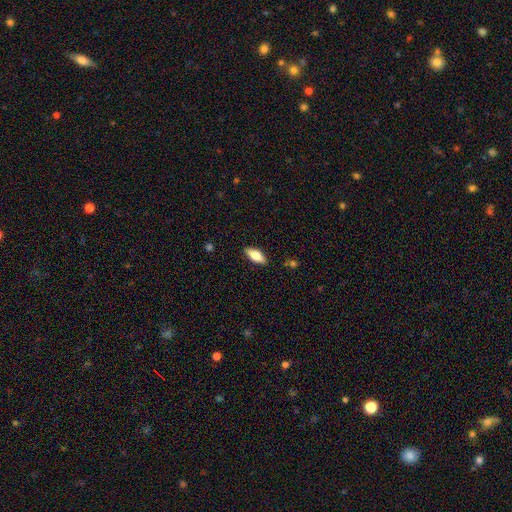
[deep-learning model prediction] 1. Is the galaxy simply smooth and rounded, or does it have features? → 69% smooth, 25% featured or disk, 6% star or artifact.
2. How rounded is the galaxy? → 77% in between, 21% cigar-shaped, 2% round.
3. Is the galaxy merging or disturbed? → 88% none, 9% minor disturbance, 2% major disturbance, 1% merger.